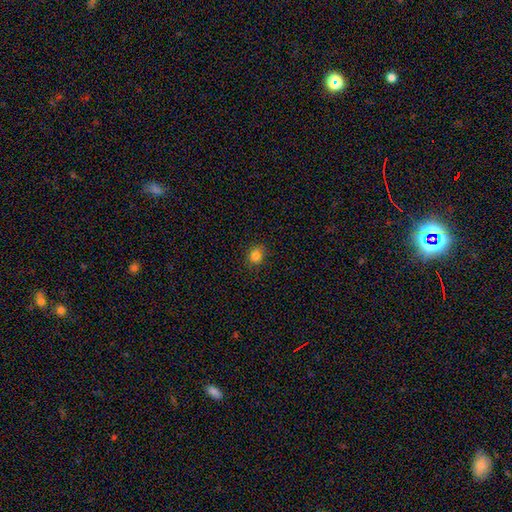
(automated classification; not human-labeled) smooth-or-featured: smooth: 82% | star or artifact: 13% | featured or disk: 5%
  how-rounded: round: 75% | in between: 24% | cigar-shaped: 1%
  merging: none: 82% | minor disturbance: 13% | major disturbance: 3% | merger: 1%